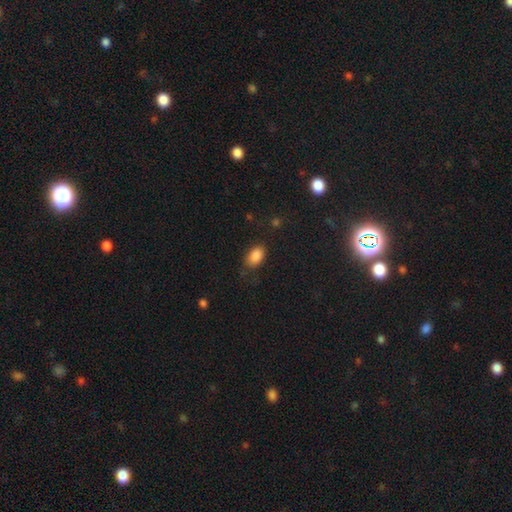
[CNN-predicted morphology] smooth_or_featured: smooth (p=0.87) [alt: star or artifact p=0.08]
how_rounded: in between (p=0.89) [alt: round p=0.10]
merging: none (p=0.73) [alt: minor disturbance p=0.19]